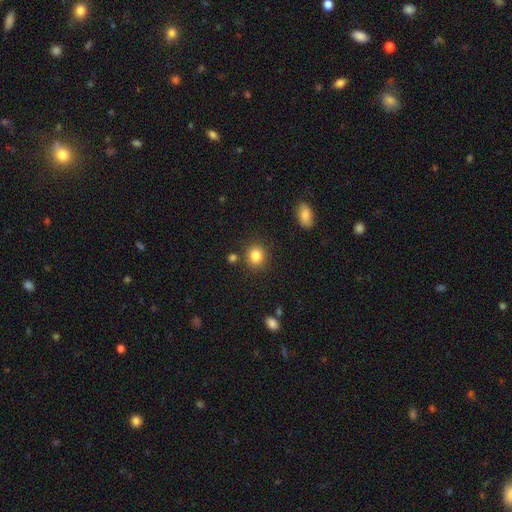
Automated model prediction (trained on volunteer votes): Smooth or featured: smooth — 84% (star or artifact — 10%)
How rounded: round — 80% (in between — 19%)
Merging: none — 84% (minor disturbance — 9%)